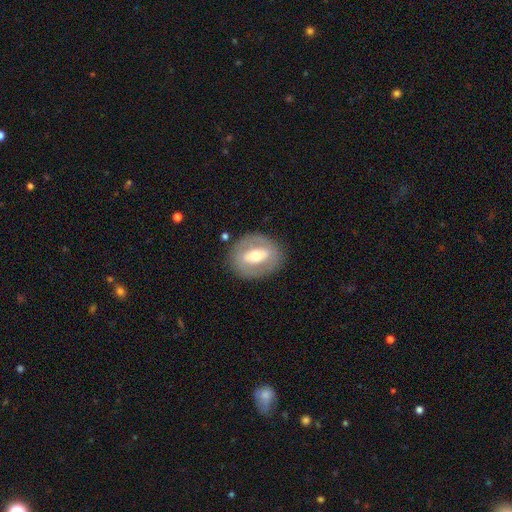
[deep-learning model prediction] The model was most divided on "bar": strong: 46%, weak: 31%, no: 23%. More confident: edge-on disk — no (90%); merging — none (82%); spiral arms — no (75%); bulge size — moderate (68%); smooth or featured — featured or disk (59%).